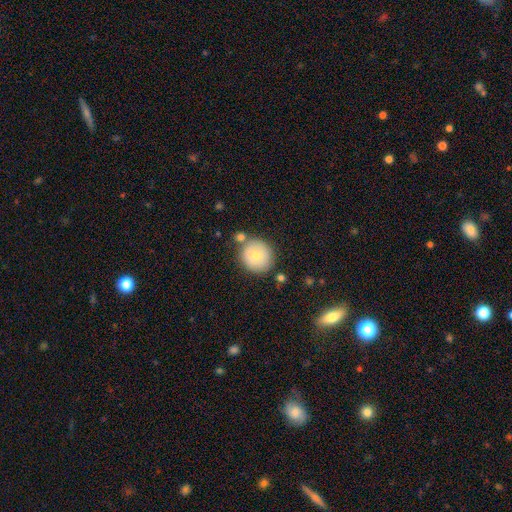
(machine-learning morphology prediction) type=smooth (74%); roundness=round (92%); merging=none (72%).